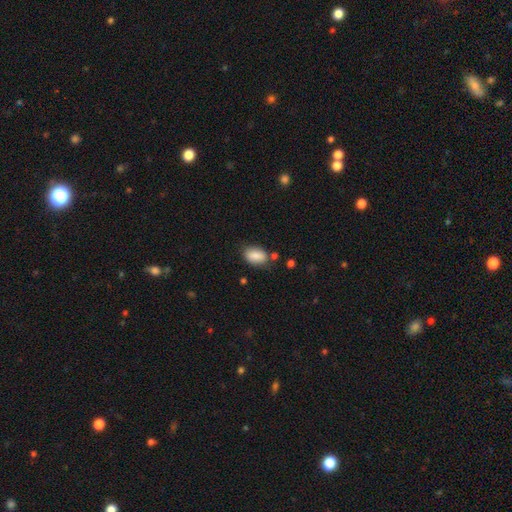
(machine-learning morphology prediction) A smooth galaxy with no disk features (87%) that is in between round and cigar-shaped (89%).

Vote fractions:
- Smooth or featured? smooth: 87% / star or artifact: 7% / featured or disk: 6%
- How rounded? in between: 89% / round: 9% / cigar-shaped: 2%
- Merging? none: 72% / minor disturbance: 18% / merger: 5% / major disturbance: 4%